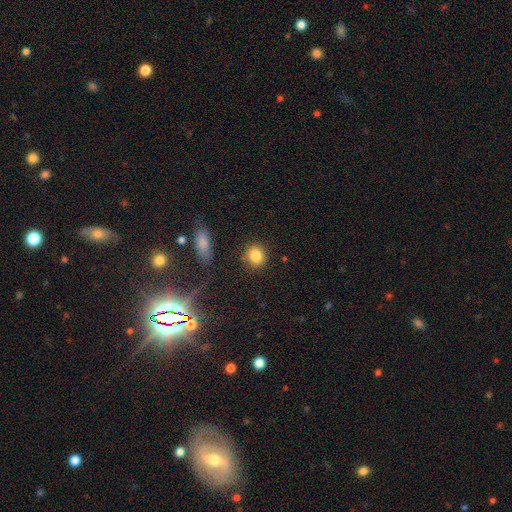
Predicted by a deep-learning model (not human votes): smooth_or_featured: smooth (p=0.84) [alt: star or artifact p=0.10]
how_rounded: round (p=0.78) [alt: in between p=0.21]
merging: none (p=0.86) [alt: minor disturbance p=0.09]